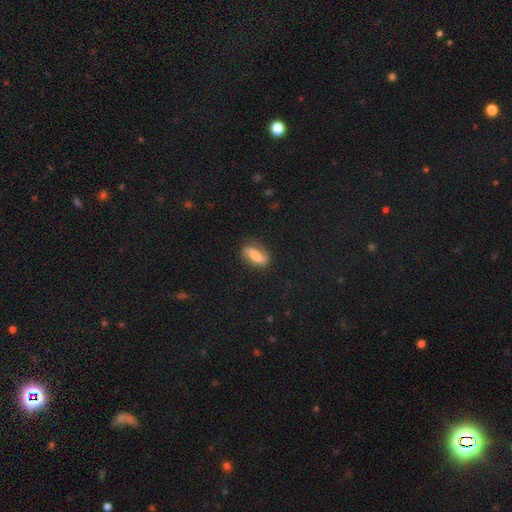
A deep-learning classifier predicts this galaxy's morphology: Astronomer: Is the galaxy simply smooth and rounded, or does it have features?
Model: smooth — 50% (runner-up: featured or disk, 42%).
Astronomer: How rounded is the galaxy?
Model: in between — 79%.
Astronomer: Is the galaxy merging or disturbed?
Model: none — 75%.